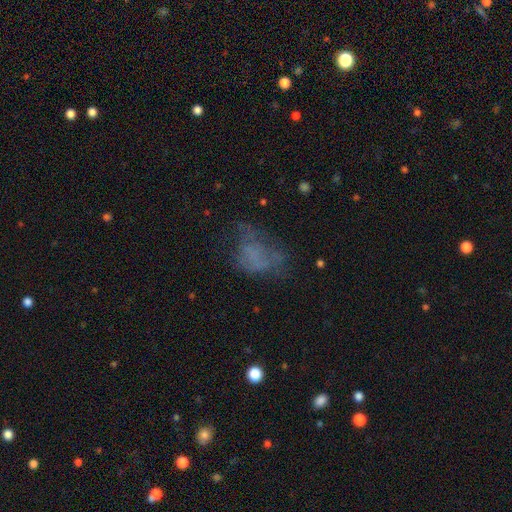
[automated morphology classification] The model was most divided on "merging" (2-way tie): major disturbance: 37%, none: 37%, minor disturbance: 23%, merger: 3%. Remaining: smooth or featured — smooth (43%).